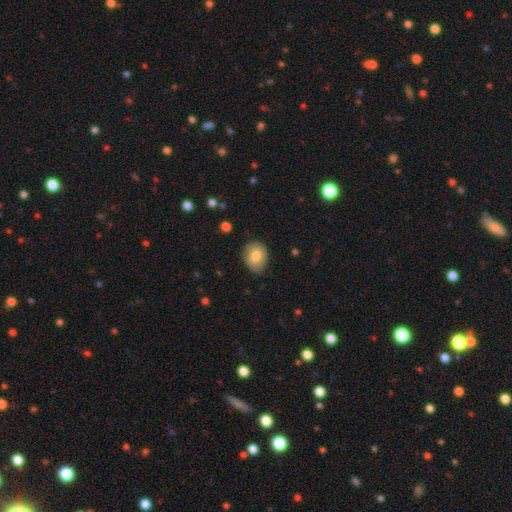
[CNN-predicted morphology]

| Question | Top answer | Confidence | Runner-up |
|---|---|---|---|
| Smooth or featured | smooth | 75% | featured or disk (18%) |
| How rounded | in between | 57% | round (42%) |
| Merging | none | 76% | minor disturbance (19%) |